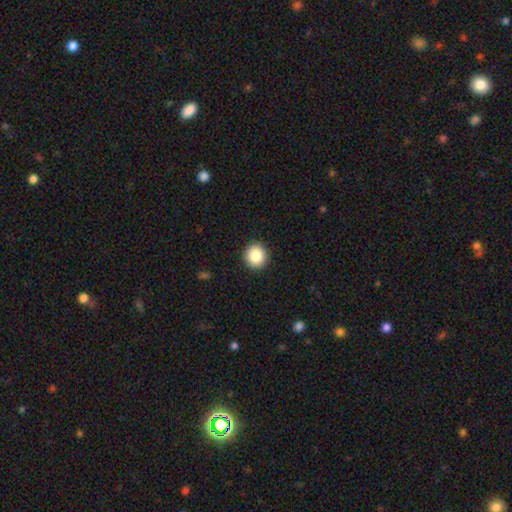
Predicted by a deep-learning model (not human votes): Morphology: type=smooth (86%); roundness=round (92%); merging=none (92%).